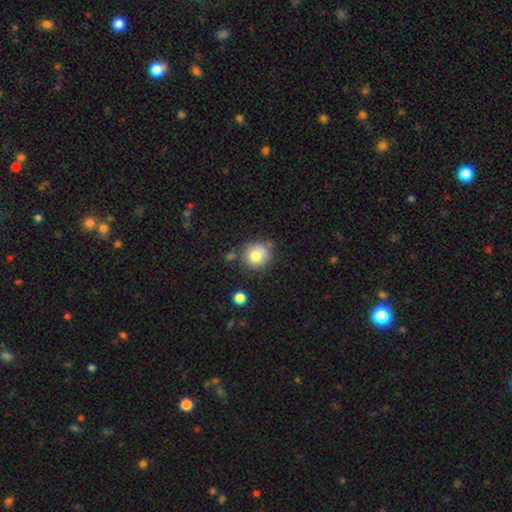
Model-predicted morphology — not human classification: A smooth galaxy with no disk features (77%) that is round (90%). Merging: none (70%).